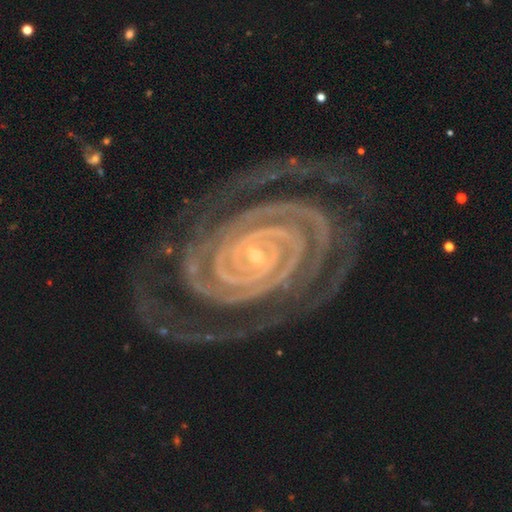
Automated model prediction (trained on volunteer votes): Overall: featured or disk (94%). Edge-on disk: no (98%). Bar: no (36%; strong 34%). Spiral arms: yes (99%). Spiral arm count: 2 (58%). Spiral winding: tight (89%). Bulge size: small (81%). Merging: none (77%).